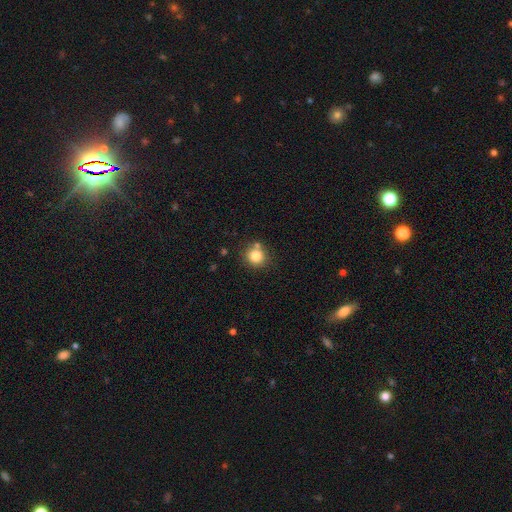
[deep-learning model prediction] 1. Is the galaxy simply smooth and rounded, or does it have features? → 81% smooth, 12% star or artifact, 7% featured or disk.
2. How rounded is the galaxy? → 89% round, 10% in between, 1% cigar-shaped.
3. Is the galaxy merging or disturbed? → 73% none, 13% merger, 11% minor disturbance, 3% major disturbance.